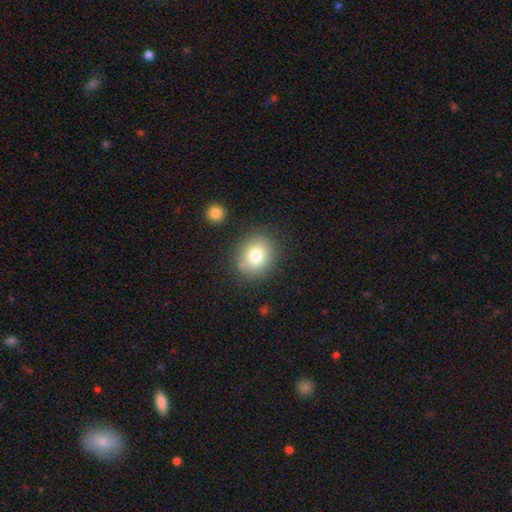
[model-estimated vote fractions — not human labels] smooth-or-featured: smooth: 78% | featured or disk: 11% | star or artifact: 11%
  how-rounded: round: 65% | in between: 34% | cigar-shaped: 1%
  merging: none: 80% | minor disturbance: 11% | merger: 5% | major disturbance: 4%